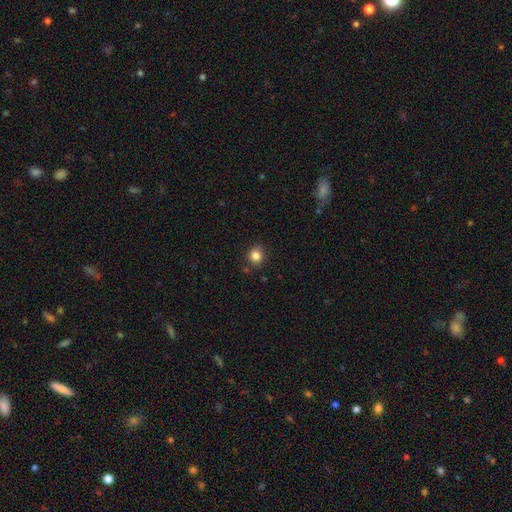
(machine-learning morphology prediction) Smooth or featured?
  - smooth: 84% *
  - star or artifact: 11%
  - featured or disk: 5%
How rounded?
  - round: 83% *
  - in between: 16%
  - cigar-shaped: 1%
Merging?
  - none: 84% *
  - minor disturbance: 11%
  - major disturbance: 3%
  - merger: 3%